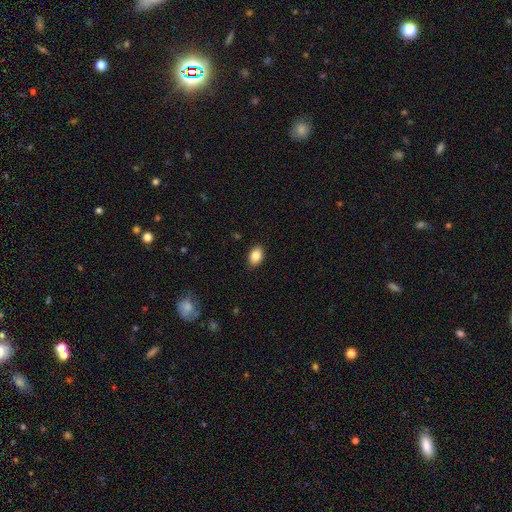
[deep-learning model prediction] Morphology: type=smooth (86%); roundness=in between (84%); merging=none (88%).